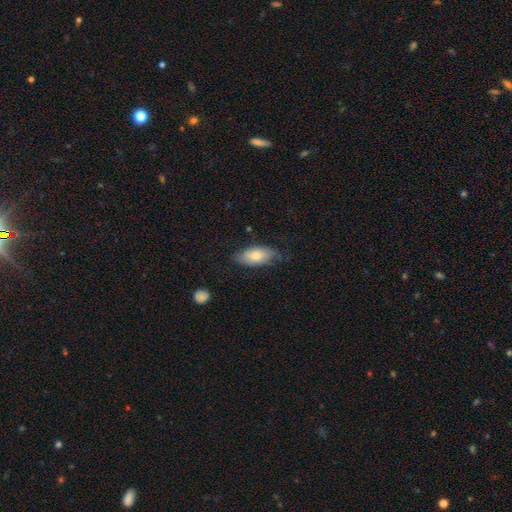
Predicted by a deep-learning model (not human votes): smooth 71%, featured or disk 23%, star or artifact 6%. Down the decision tree: how rounded — in between (89%); merging — none (63%).